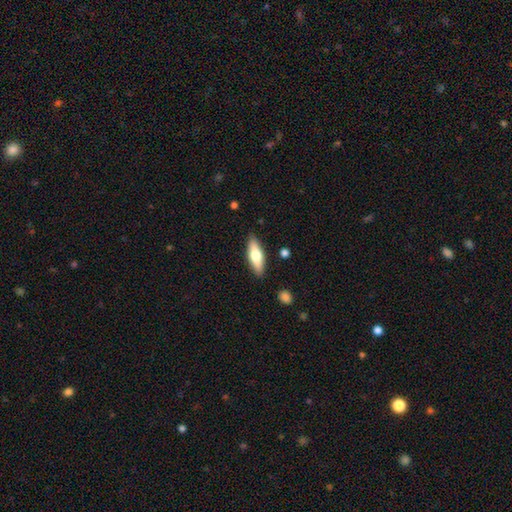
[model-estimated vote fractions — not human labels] Morphology: type=smooth (60%); roundness=in between (55%); merging=none (87%).